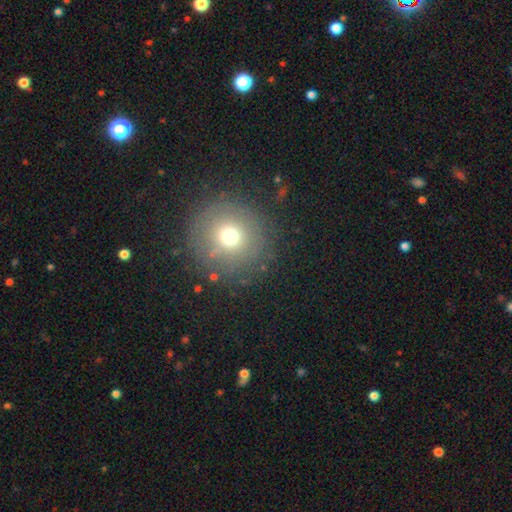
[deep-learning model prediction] A smooth galaxy with no disk features (64%) that is round (94%). Merging: none (86%).